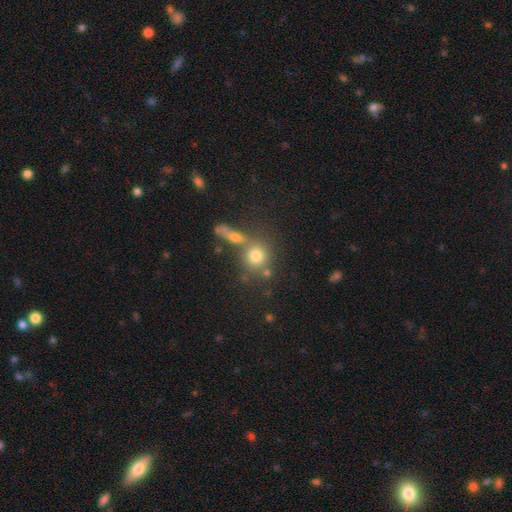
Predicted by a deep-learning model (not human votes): The model was most divided on "merging": none: 60%, merger: 24%, minor disturbance: 10%, major disturbance: 5%. More confident: how rounded — round (86%); smooth or featured — smooth (74%).